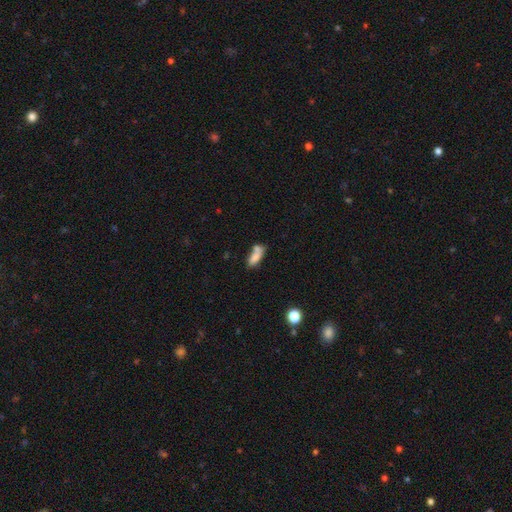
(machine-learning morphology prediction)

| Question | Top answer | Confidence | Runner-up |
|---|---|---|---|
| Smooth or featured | smooth | 76% | featured or disk (14%) |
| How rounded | in between | 70% | cigar-shaped (27%) |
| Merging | none | 38% | merger (34%) |